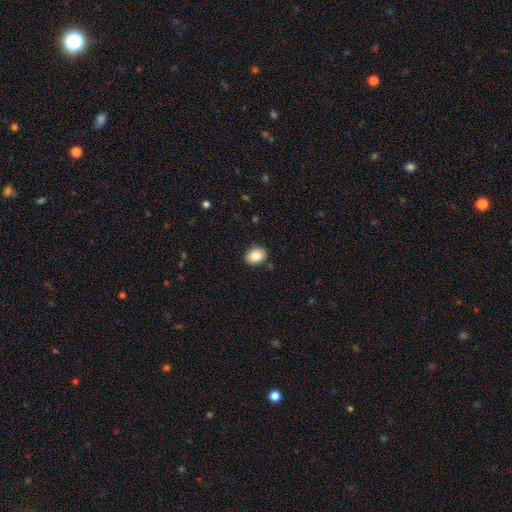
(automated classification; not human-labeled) Smooth or featured: smooth — 84% (featured or disk — 8%)
How rounded: in between — 68% (round — 31%)
Merging: none — 87% (minor disturbance — 9%)